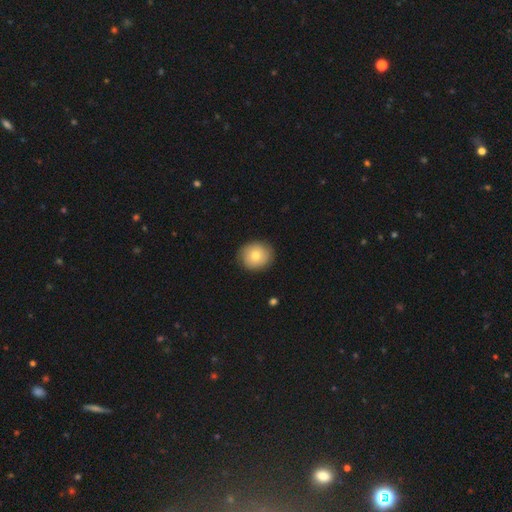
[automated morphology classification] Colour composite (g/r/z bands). It shows a smooth galaxy with no disk features (75%) that is round (78%). Merging: none (86%).